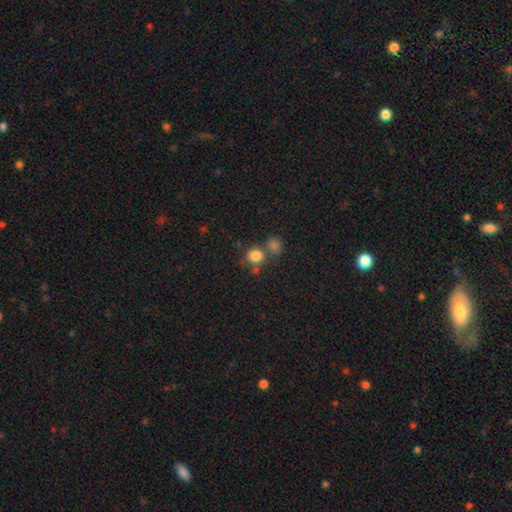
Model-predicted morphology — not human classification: type=smooth (82%); roundness=round (83%); merging=none (60%).